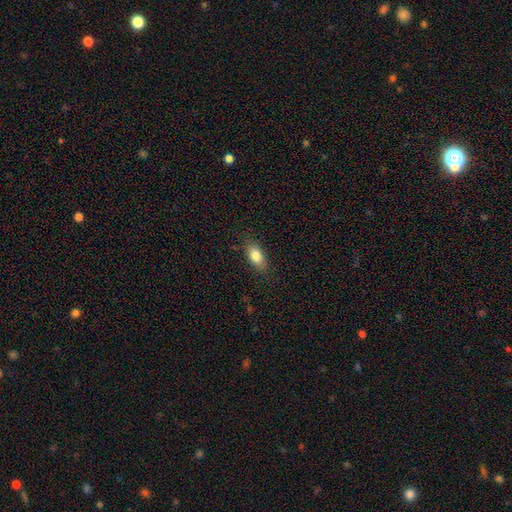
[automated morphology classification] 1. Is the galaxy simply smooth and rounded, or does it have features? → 83% smooth, 10% featured or disk, 8% star or artifact.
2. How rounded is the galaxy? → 87% in between, 7% cigar-shaped, 5% round.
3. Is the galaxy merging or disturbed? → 83% none, 13% minor disturbance, 3% major disturbance, 1% merger.